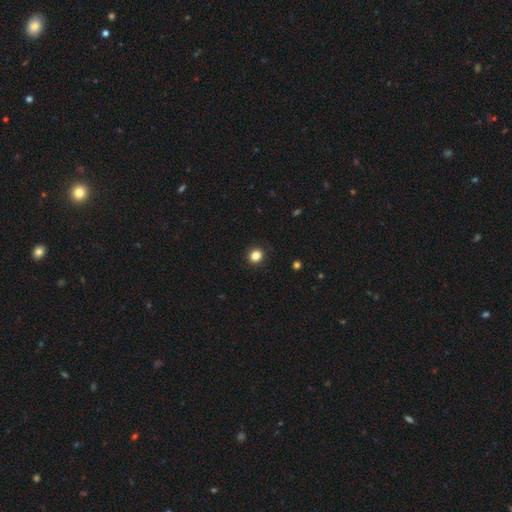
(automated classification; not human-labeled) This is clearly a smooth galaxy (84%). How rounded: clearly round (83%). Merging: clearly none (92%).